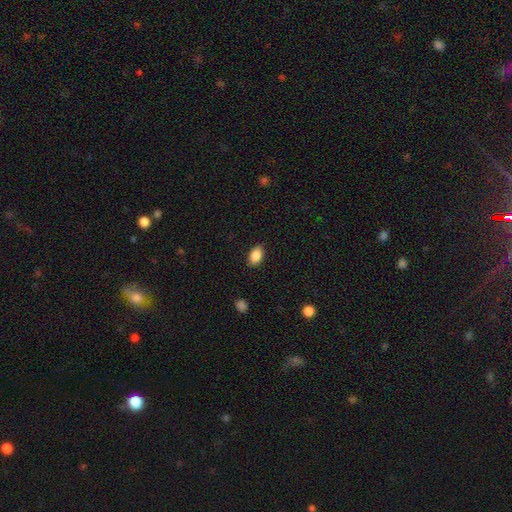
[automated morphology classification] The model was most divided on "merging": none: 87%, minor disturbance: 10%, major disturbance: 2%, merger: 1%. More confident: how rounded — in between (89%); smooth or featured — smooth (87%).